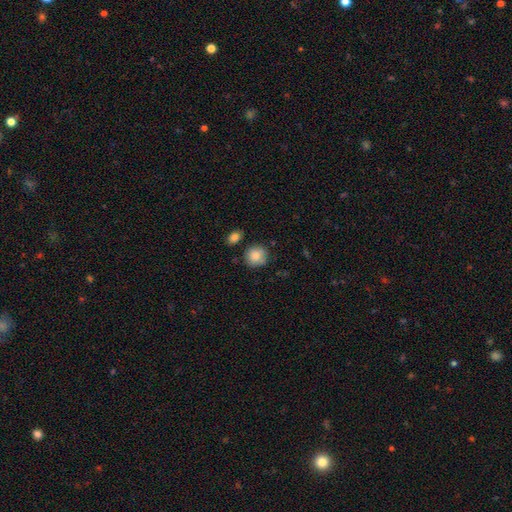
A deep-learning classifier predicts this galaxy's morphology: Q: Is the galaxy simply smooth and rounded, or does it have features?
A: smooth — 86%.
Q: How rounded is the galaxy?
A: round — 87%.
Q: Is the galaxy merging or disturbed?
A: none — 79%.